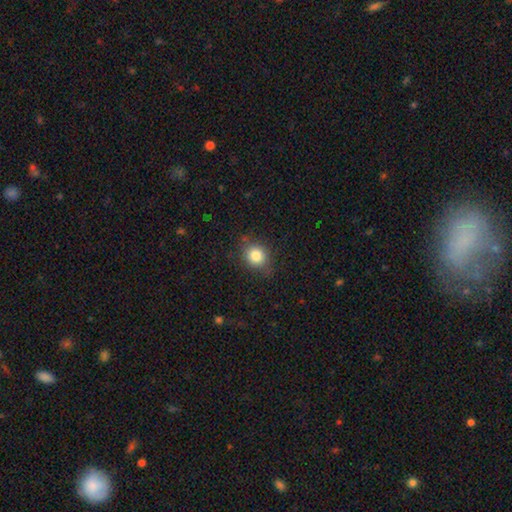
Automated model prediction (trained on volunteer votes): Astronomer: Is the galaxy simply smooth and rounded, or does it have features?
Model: smooth — 83%.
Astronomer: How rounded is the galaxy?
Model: round — 73%.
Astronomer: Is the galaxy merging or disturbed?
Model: none — 80%.